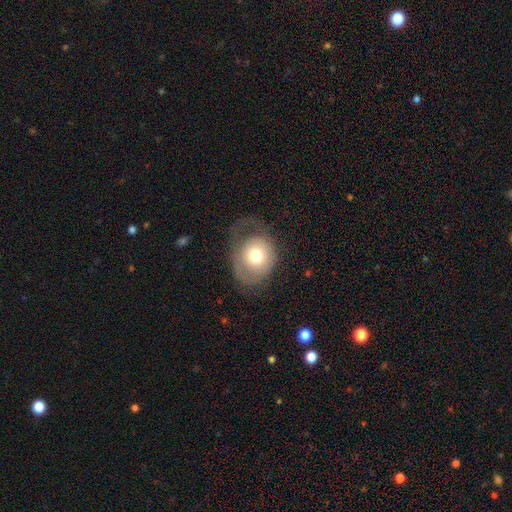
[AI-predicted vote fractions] Smooth or featured?
  - smooth: 63% *
  - featured or disk: 29%
  - star or artifact: 8%
How rounded?
  - round: 56% *
  - in between: 43%
  - cigar-shaped: 1%
Merging?
  - none: 41% *
  - major disturbance: 33%
  - minor disturbance: 25%
  - merger: 1%